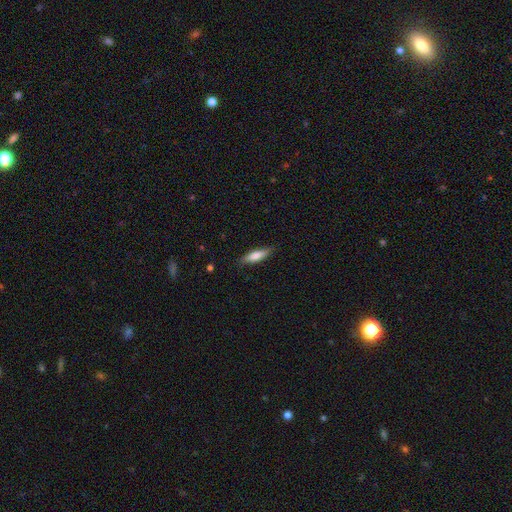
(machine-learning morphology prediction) Smooth or featured? Predicted: smooth (p=0.73). How rounded? Predicted: cigar-shaped (p=0.61). Merging? Predicted: none (p=0.82).